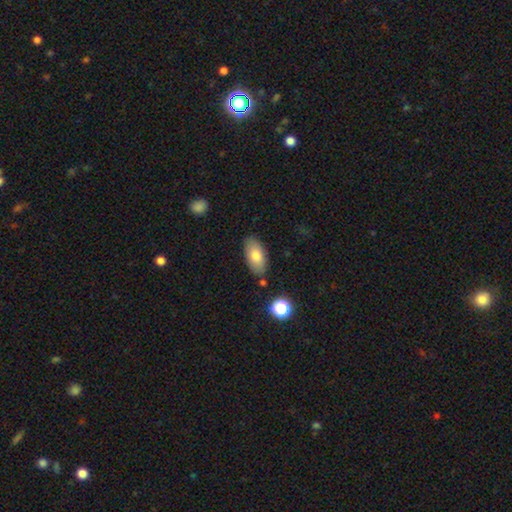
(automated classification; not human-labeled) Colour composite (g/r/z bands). It shows a smooth galaxy with no disk features (78%) that is in between round and cigar-shaped (93%). Merging: none (83%).